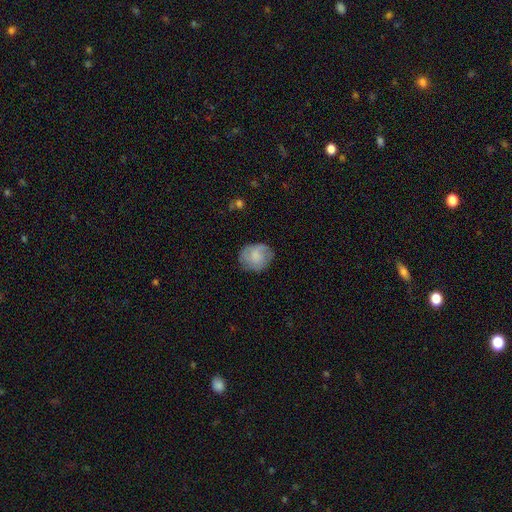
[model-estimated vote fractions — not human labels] Morphology: type=smooth (72%); roundness=round (63%); merging=none (69%).